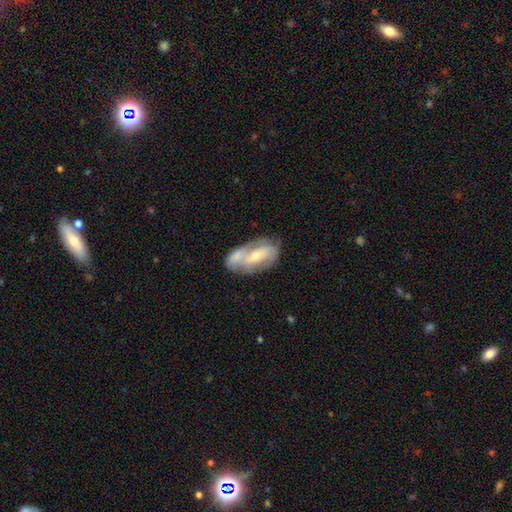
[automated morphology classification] The model was most divided on "bulge size": small: 49%, moderate: 46%, large: 2%, none: 2%, dominant: 1%. Remaining: edge-on disk — no (92%); smooth or featured — featured or disk (67%); spiral arms — yes (64%); bar — no (42%); merging — none (38%).